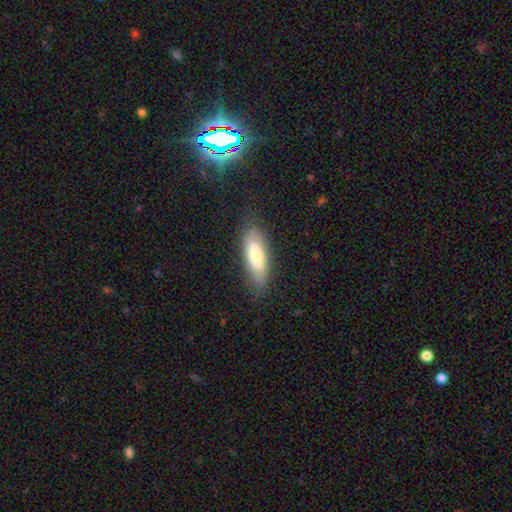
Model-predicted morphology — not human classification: Smooth or featured? smooth (69%)
How rounded? in between (68%)
Merging? none (77%)